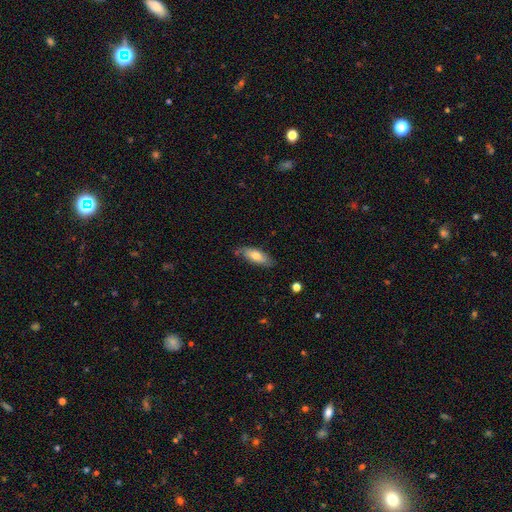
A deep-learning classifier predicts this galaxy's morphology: Smooth or featured: smooth — 70% (featured or disk — 24%)
How rounded: in between — 68% (cigar-shaped — 29%)
Merging: none — 72% (minor disturbance — 21%)